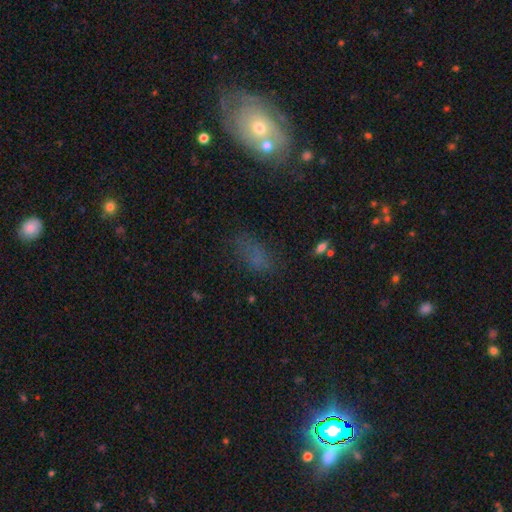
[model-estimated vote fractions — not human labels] The model was most divided on "merging": none: 56%, minor disturbance: 22%, major disturbance: 14%, merger: 7%. More confident: how rounded — in between (84%); smooth or featured — smooth (58%).